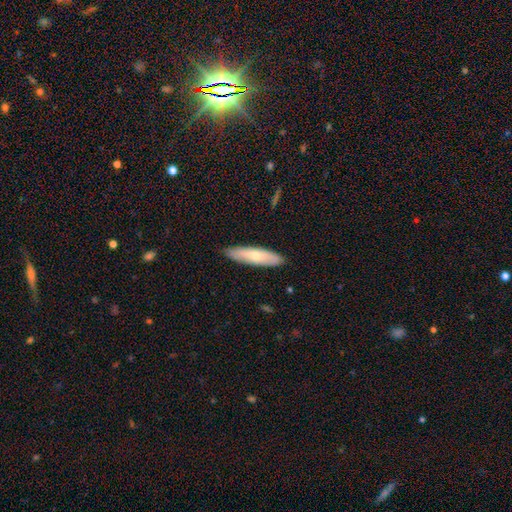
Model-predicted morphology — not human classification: Q: Smooth or featured?
A: smooth (62%); runner-up: featured or disk (33%)
Q: How rounded?
A: cigar-shaped (71%); runner-up: in between (28%)
Q: Merging?
A: none (88%); runner-up: minor disturbance (10%)